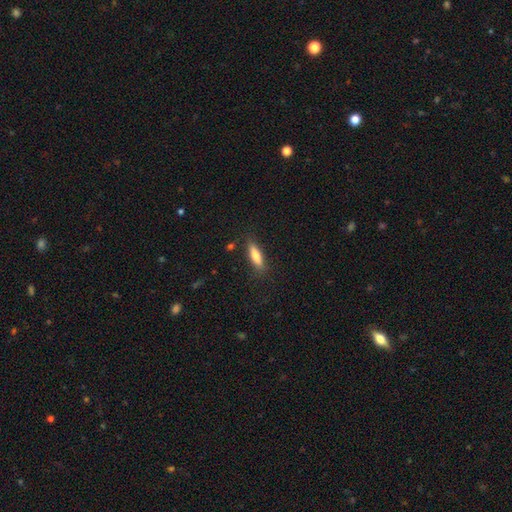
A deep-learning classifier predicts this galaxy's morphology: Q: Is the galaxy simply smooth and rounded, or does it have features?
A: smooth — 74%.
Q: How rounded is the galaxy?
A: cigar-shaped — 55%.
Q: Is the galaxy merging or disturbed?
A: none — 83%.